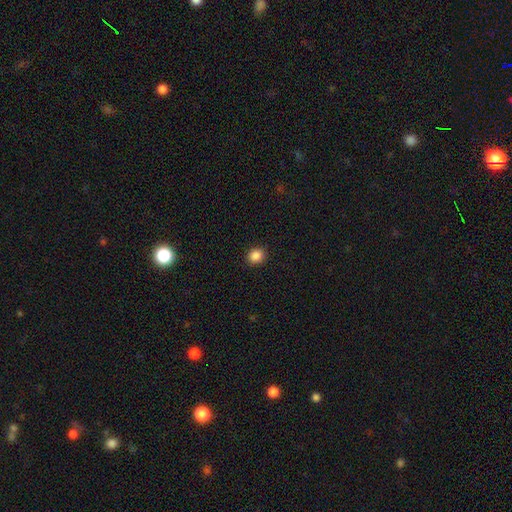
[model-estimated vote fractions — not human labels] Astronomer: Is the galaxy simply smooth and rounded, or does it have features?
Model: smooth — 87%.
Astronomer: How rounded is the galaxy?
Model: round — 70%.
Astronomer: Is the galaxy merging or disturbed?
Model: none — 91%.